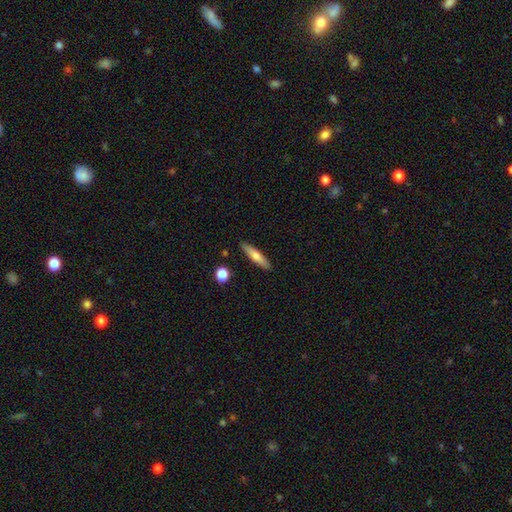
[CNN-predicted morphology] A smooth galaxy with no disk features (62%) that is cigar-shaped (84%).

Vote fractions:
- Smooth or featured? smooth: 62% / featured or disk: 32% / star or artifact: 6%
- How rounded? cigar-shaped: 84% / in between: 14% / round: 2%
- Merging? none: 89% / minor disturbance: 8% / merger: 2% / major disturbance: 2%